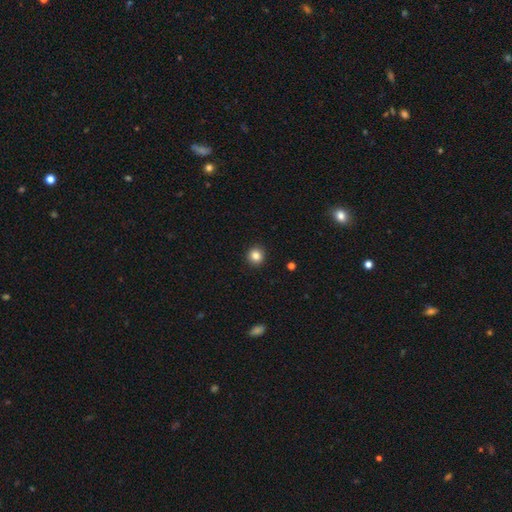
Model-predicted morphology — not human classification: type=smooth (84%); roundness=round (90%); merging=none (92%).